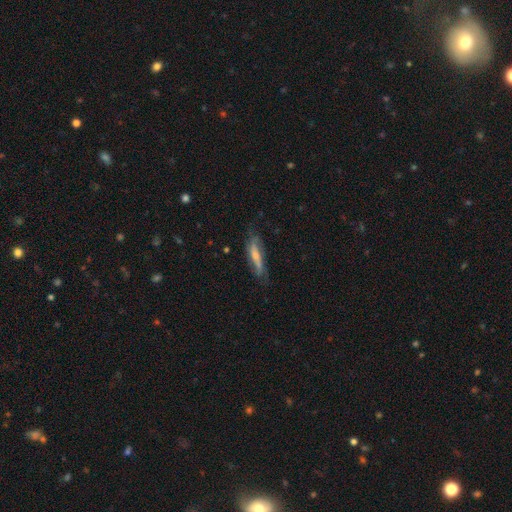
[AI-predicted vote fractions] Smooth or featured? Predicted: featured or disk (p=0.52). Edge-on disk? Predicted: no (p=0.52). Merging? Predicted: none (p=0.62).